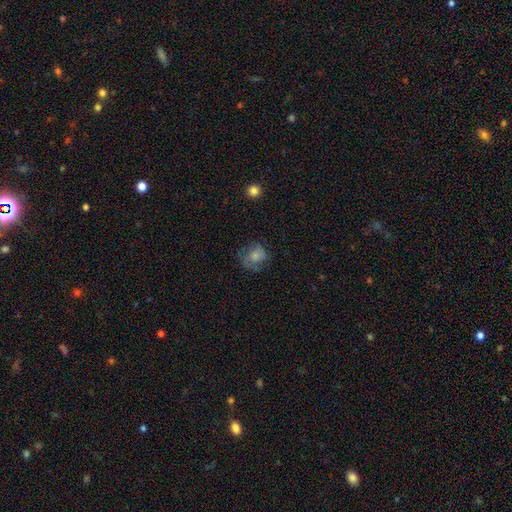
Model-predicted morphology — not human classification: Smooth or featured?
  - smooth: 65% *
  - featured or disk: 24%
  - star or artifact: 10%
How rounded?
  - round: 67% *
  - in between: 32%
  - cigar-shaped: 1%
Merging?
  - none: 56% *
  - minor disturbance: 24%
  - major disturbance: 18%
  - merger: 2%